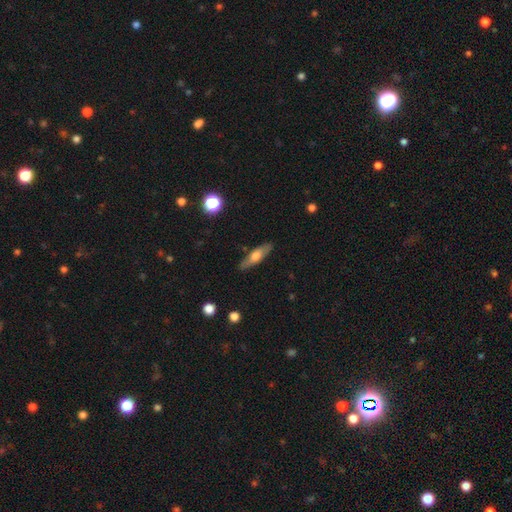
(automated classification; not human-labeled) This is possibly a smooth galaxy (51%). How rounded: likely cigar-shaped (61%). Merging: clearly none (85%).